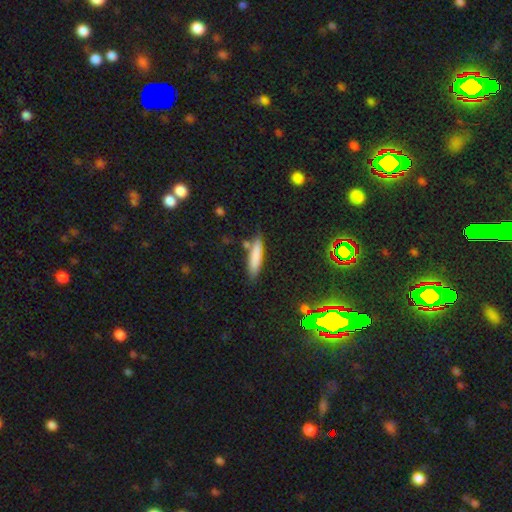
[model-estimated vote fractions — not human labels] This is likely a smooth galaxy (79%). How rounded: likely cigar-shaped (74%). Merging: likely none (73%).